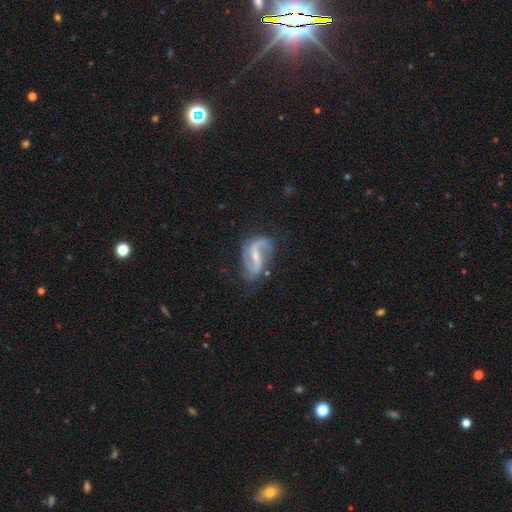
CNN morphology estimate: Smooth or featured?
  - featured or disk: 89% *
  - smooth: 6%
  - star or artifact: 5%
Edge-on disk?
  - no: 97% *
  - yes: 3%
Bar?
  - strong: 42% * (tied)
  - weak: 42% * (tied)
  - no: 16%
Spiral arms?
  - yes: 97% *
  - no: 3%
Spiral winding?
  - loose: 51% *
  - medium: 38%
  - tight: 11%
Spiral arm count?
  - 2: 89% *
  - can't tell: 3%
  - 3: 3%
  - 1: 3%
  - 4: 1%
  - more than 4: 1%
Bulge size?
  - small: 58% *
  - moderate: 34%
  - none: 6%
  - large: 1%
  - dominant: 1%
Merging?
  - none: 66% *
  - minor disturbance: 21%
  - major disturbance: 11%
  - merger: 2%